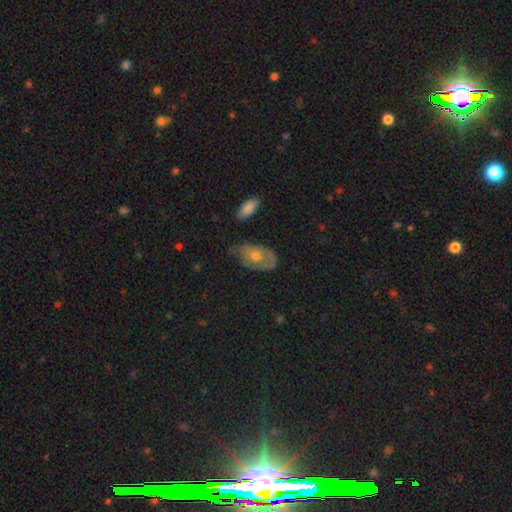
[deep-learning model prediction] Smooth or featured? featured or disk (48%)
Merging? none (50%)